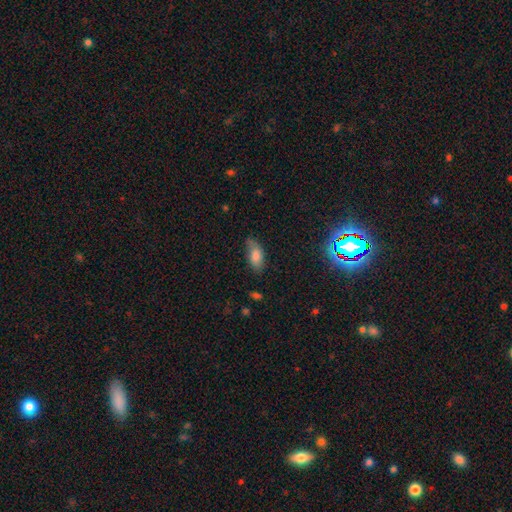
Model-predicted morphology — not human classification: Smooth or featured?
  - smooth: 80% *
  - featured or disk: 11%
  - star or artifact: 8%
How rounded?
  - in between: 87% *
  - cigar-shaped: 9%
  - round: 4%
Merging?
  - none: 60% *
  - minor disturbance: 30%
  - major disturbance: 8%
  - merger: 3%